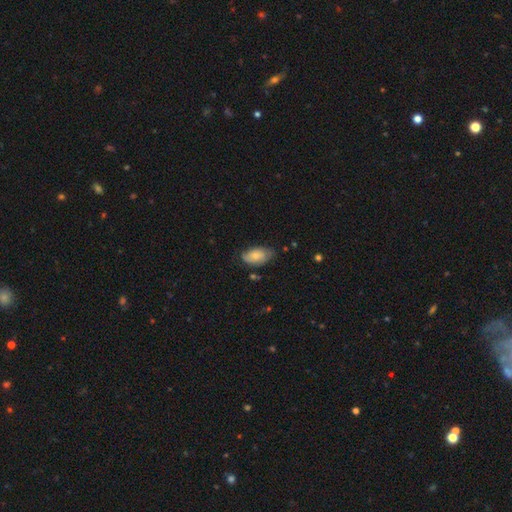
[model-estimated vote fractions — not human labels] Smooth or featured? Predicted: smooth (p=0.68). How rounded? Predicted: in between (p=0.93). Merging? Predicted: none (p=0.63).